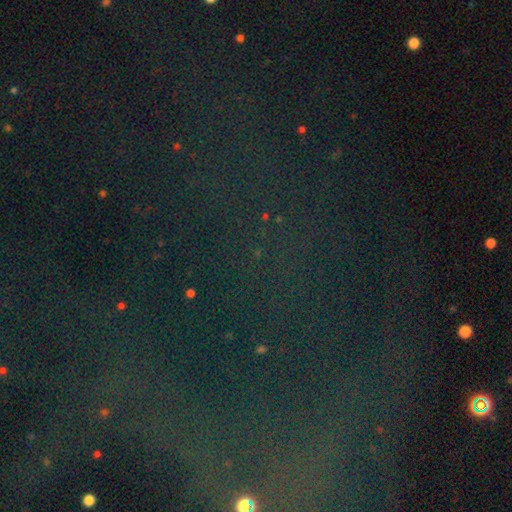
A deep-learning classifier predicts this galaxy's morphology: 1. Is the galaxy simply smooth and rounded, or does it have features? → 80% star or artifact, 12% smooth, 9% featured or disk.